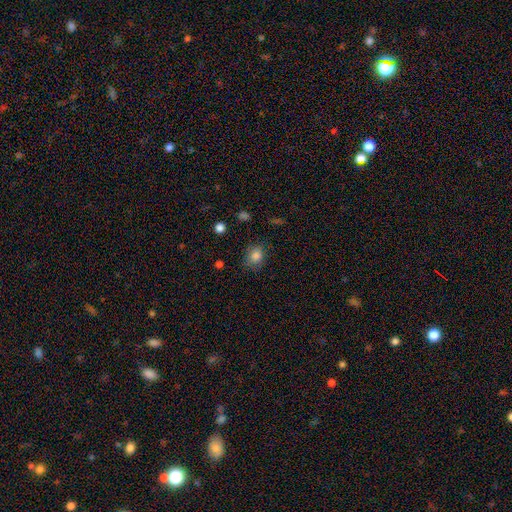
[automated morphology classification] type=smooth (83%); roundness=round (55%); merging=none (74%).